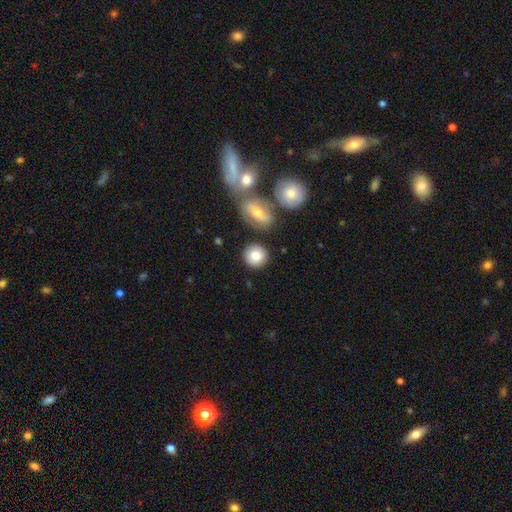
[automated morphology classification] The model was most divided on "smooth or featured": smooth: 81%, featured or disk: 11%, star or artifact: 8%. More confident: how rounded — round (88%); merging — none (82%).